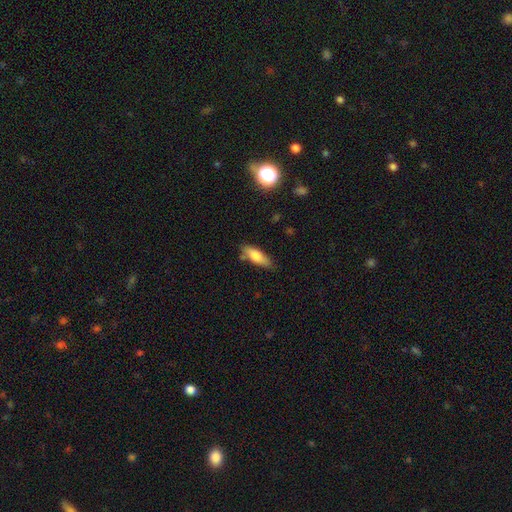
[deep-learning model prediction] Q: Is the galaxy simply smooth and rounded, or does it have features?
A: smooth — 76%.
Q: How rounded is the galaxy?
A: in between — 58%.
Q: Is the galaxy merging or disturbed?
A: none — 72%.